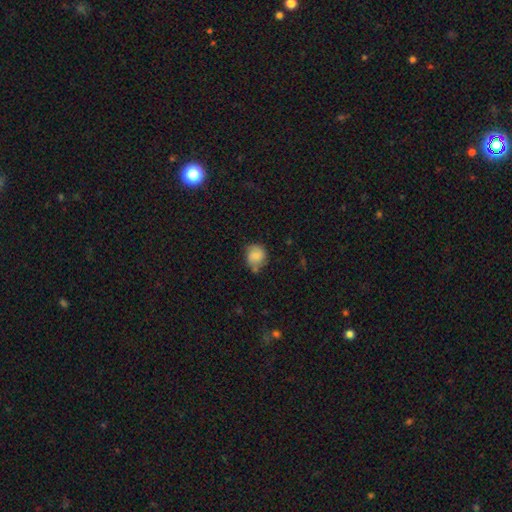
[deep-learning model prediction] Smooth or featured? Predicted: smooth (p=0.75). How rounded? Predicted: round (p=0.76). Merging? Predicted: none (p=0.58).